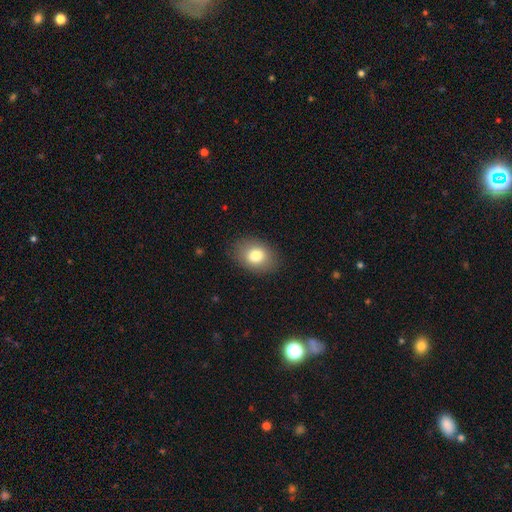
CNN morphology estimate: Overall: smooth (80%). How rounded: in between (74%). Merging: none (86%).